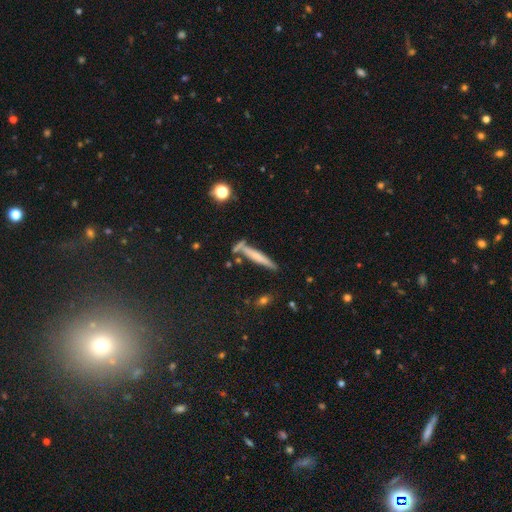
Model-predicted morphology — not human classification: A smooth galaxy with no disk features (48%).

Vote fractions:
- Smooth or featured? smooth: 48% / featured or disk: 40% / star or artifact: 12%
- Merging? none: 71% / minor disturbance: 16% / merger: 9% / major disturbance: 5%